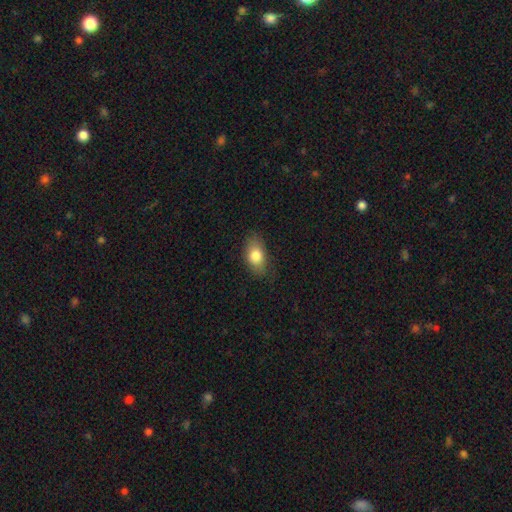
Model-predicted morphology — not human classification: Smooth or featured? Predicted: smooth (p=0.80). How rounded? Predicted: in between (p=0.85). Merging? Predicted: none (p=0.78).